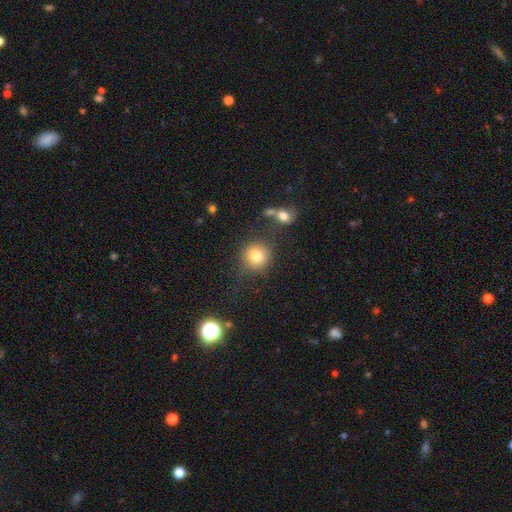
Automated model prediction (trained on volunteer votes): The model was most divided on "merging": none: 76%, minor disturbance: 12%, merger: 7%, major disturbance: 5%. More confident: how rounded — round (90%); smooth or featured — smooth (79%).